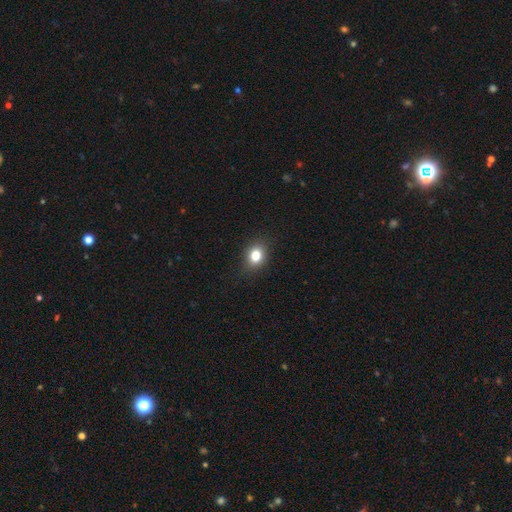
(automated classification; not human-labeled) smooth-or-featured: smooth: 81% | star or artifact: 11% | featured or disk: 8%
  how-rounded: in between: 50% | round: 48% | cigar-shaped: 1%
  merging: none: 86% | minor disturbance: 10% | major disturbance: 3% | merger: 1%